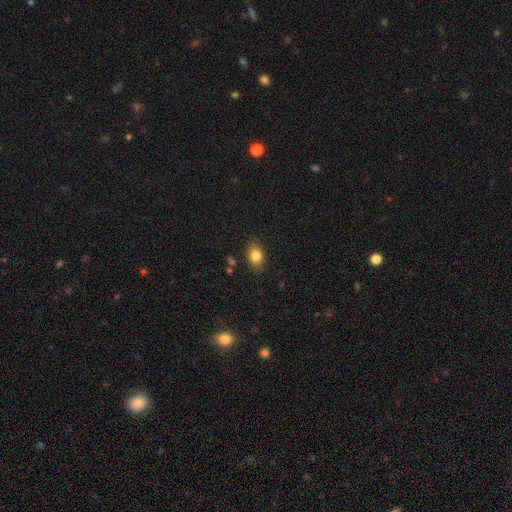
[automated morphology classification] A smooth galaxy with no disk features (83%) that is in between round and cigar-shaped (78%).

Vote fractions:
- Smooth or featured? smooth: 83% / star or artifact: 9% / featured or disk: 8%
- How rounded? in between: 78% / round: 20% / cigar-shaped: 2%
- Merging? none: 82% / minor disturbance: 13% / major disturbance: 3% / merger: 2%